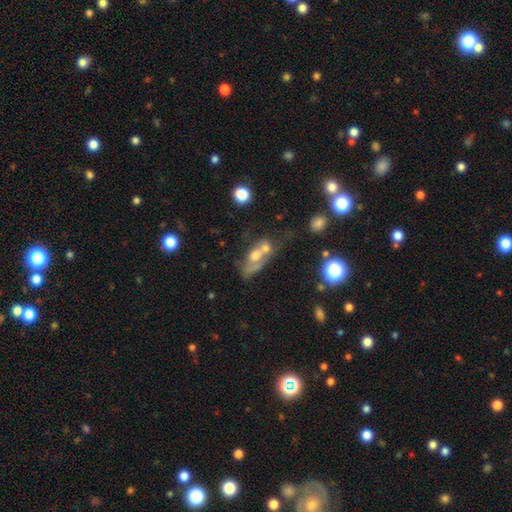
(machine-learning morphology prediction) featured or disk 44%, smooth 43%, star or artifact 13%. Down the decision tree: merging — merger (51%).